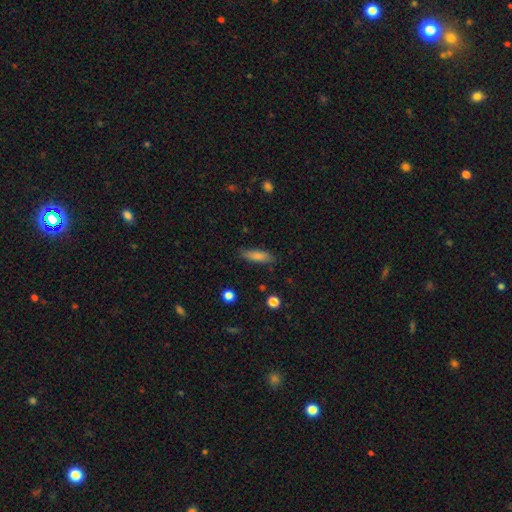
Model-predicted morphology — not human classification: The model was most divided on "how rounded": cigar-shaped: 60%, in between: 37%, round: 2%. More confident: merging — none (86%); smooth or featured — smooth (78%).